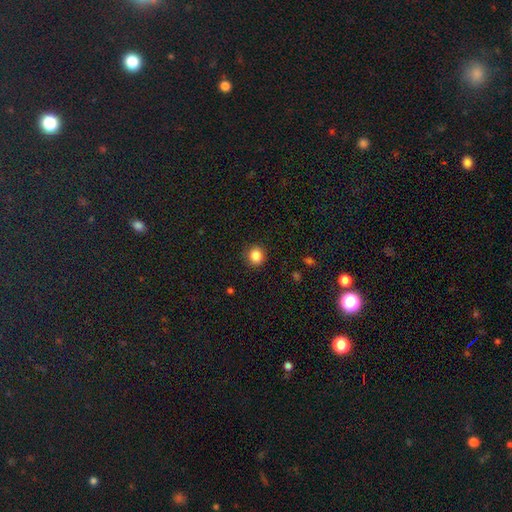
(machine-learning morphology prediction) Q: Smooth or featured?
A: smooth (85%); runner-up: star or artifact (10%)
Q: How rounded?
A: round (88%); runner-up: in between (11%)
Q: Merging?
A: none (91%); runner-up: minor disturbance (6%)